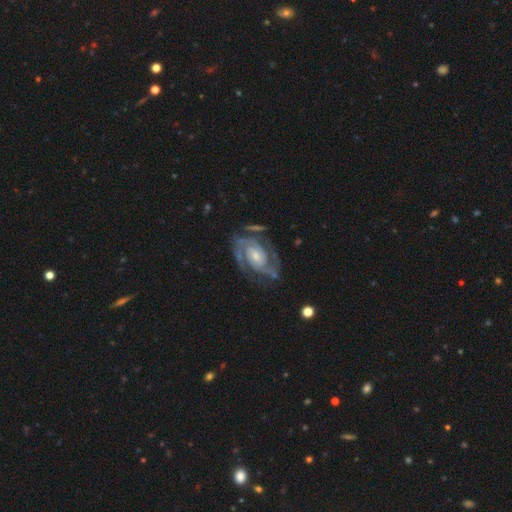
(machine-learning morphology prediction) This appears to be a featured or disk galaxy (91%) with no bar (55%), 2 (80%) tight (56%) spiral arms (98%) and a small central bulge (50%). Merging: none (70%).